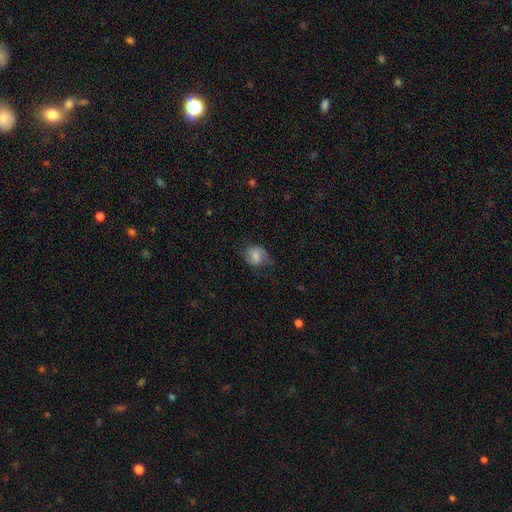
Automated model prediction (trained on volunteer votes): Morphology: type=smooth (53%); roundness=in between (52%); merging=none (61%).